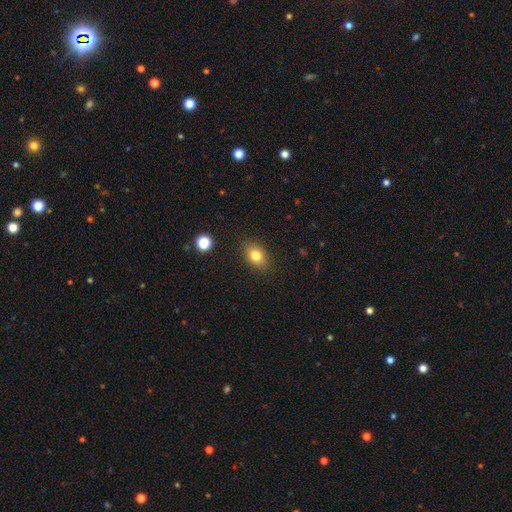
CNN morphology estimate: Smooth or featured: smooth — 80% (star or artifact — 11%)
How rounded: in between — 71% (round — 27%)
Merging: none — 85% (minor disturbance — 11%)